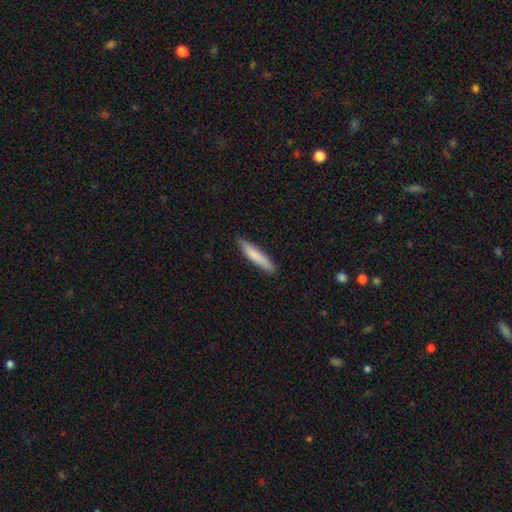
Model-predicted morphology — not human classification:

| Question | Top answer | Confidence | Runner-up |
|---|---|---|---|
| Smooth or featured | smooth | 82% | featured or disk (13%) |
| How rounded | cigar-shaped | 89% | in between (9%) |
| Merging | none | 88% | minor disturbance (9%) |